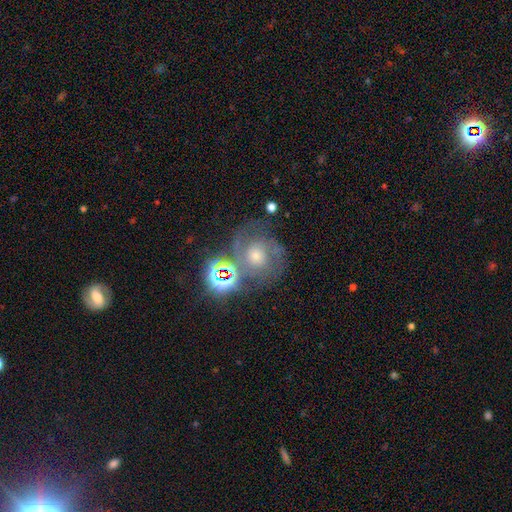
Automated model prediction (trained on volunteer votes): Overall: featured or disk (61%; star or artifact 22%). Edge-on disk: no (97%). Bar: no (67%). Spiral arms: yes (90%). Spiral arm count: 2 (52%; can't tell 23%). Spiral winding: tight (50%; medium 40%). Bulge size: moderate (48%; small 38%). Merging: none (59%).